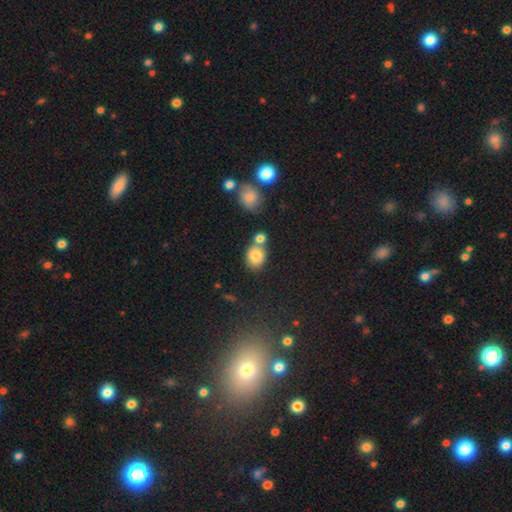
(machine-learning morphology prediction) Smooth or featured?
  - smooth: 81% *
  - star or artifact: 10%
  - featured or disk: 9%
How rounded?
  - round: 55% *
  - in between: 43%
  - cigar-shaped: 1%
Merging?
  - none: 53% *
  - merger: 30%
  - minor disturbance: 12%
  - major disturbance: 4%